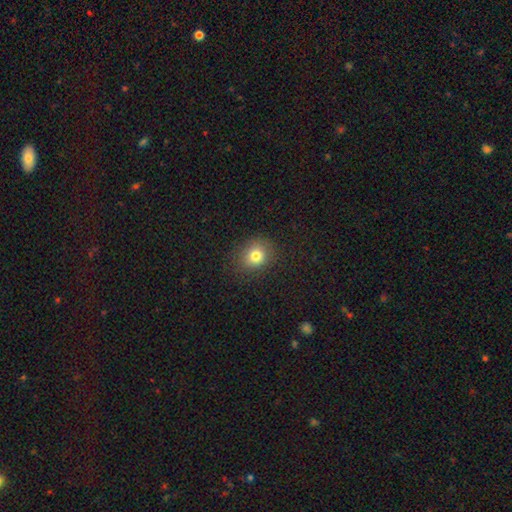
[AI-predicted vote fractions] Smooth or featured? smooth (79%)
How rounded? round (72%)
Merging? none (85%)